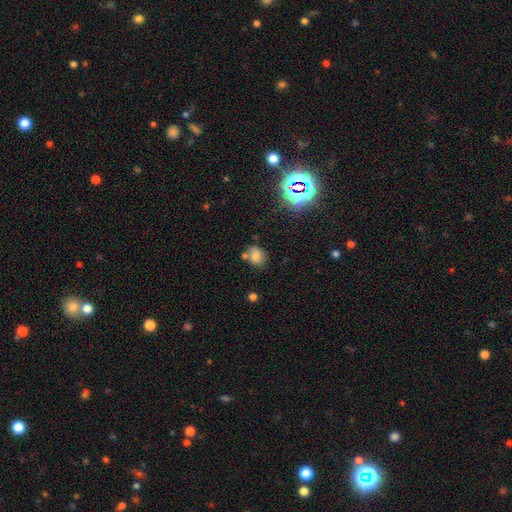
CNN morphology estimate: Smooth or featured: smooth — 76% (star or artifact — 15%)
How rounded: in between — 52% (round — 47%)
Merging: none — 61% (minor disturbance — 17%)